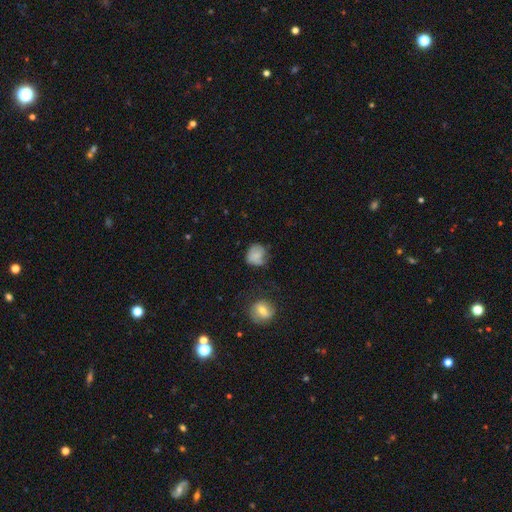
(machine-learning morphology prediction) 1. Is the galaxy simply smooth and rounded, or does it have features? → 71% smooth, 19% featured or disk, 10% star or artifact.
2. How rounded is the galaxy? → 76% round, 23% in between, 1% cigar-shaped.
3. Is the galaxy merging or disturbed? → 55% none, 29% minor disturbance, 13% major disturbance, 4% merger.